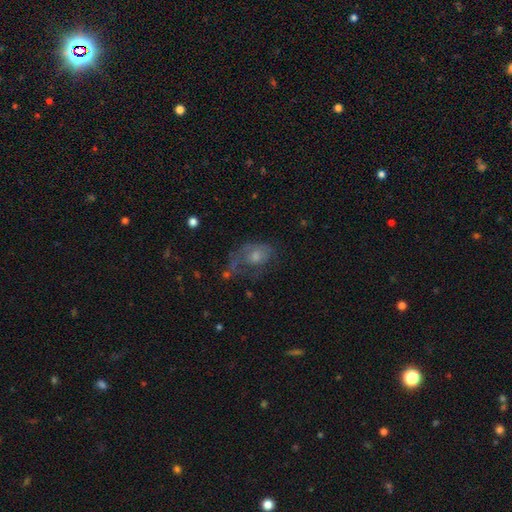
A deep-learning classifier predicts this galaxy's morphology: type=featured or disk (50%); edge-on=no (95%); merging=none (38%).